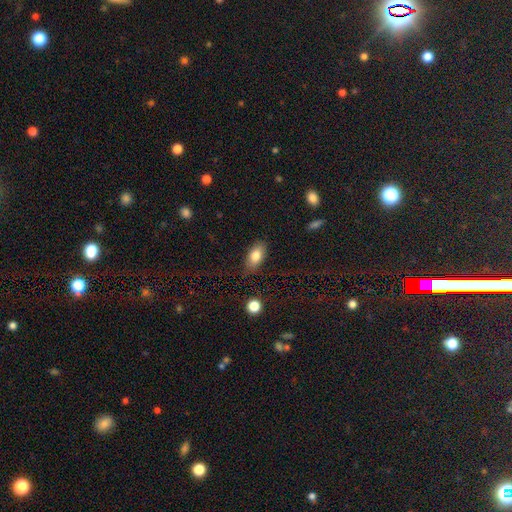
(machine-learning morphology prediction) Smooth or featured?
  - smooth: 80% *
  - featured or disk: 12%
  - star or artifact: 8%
How rounded?
  - in between: 89% *
  - cigar-shaped: 6%
  - round: 5%
Merging?
  - none: 80% *
  - minor disturbance: 15%
  - major disturbance: 4%
  - merger: 1%